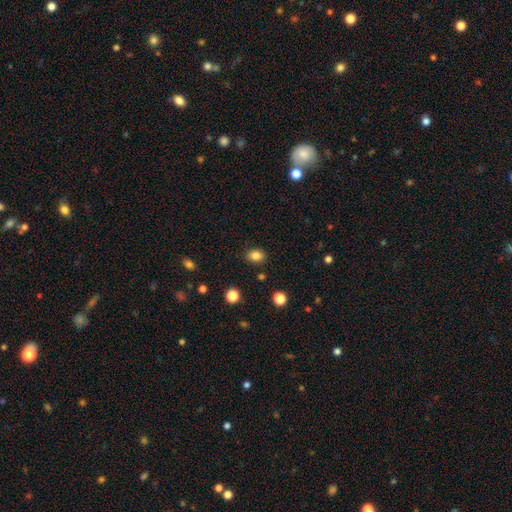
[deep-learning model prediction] A smooth galaxy with no disk features (84%) that is in between round and cigar-shaped (65%). Merging: none (85%).